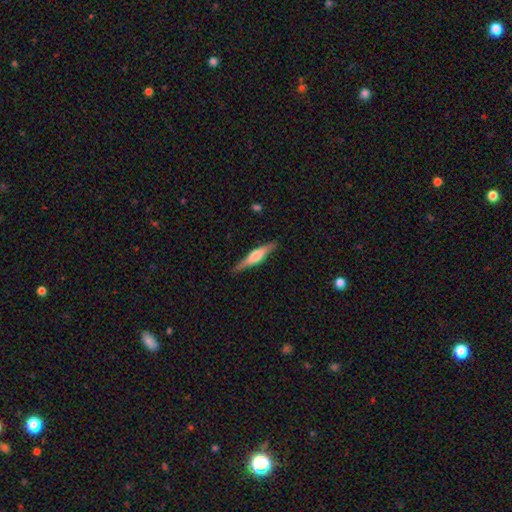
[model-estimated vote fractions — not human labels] Smooth or featured? Predicted: featured or disk (p=0.49). Merging? Predicted: none (p=0.85).